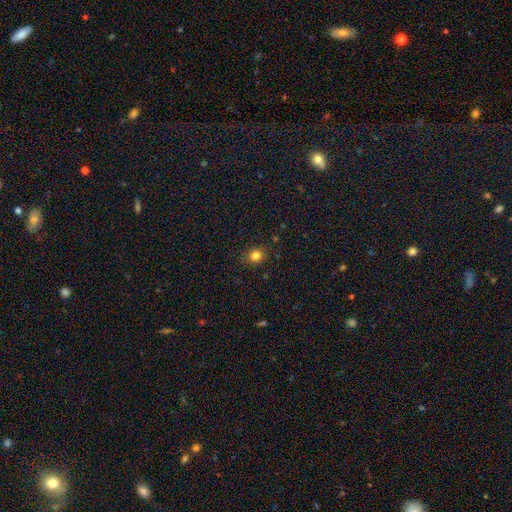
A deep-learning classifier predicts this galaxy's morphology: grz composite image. It shows a smooth galaxy with no disk features (81%) that is round (70%). Merging: none (88%).